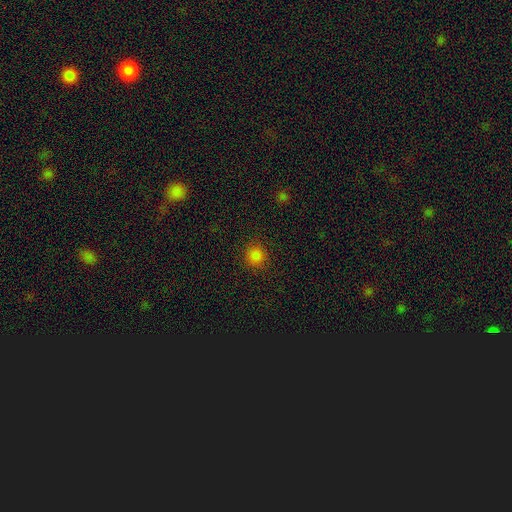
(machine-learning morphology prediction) Q: Smooth or featured?
A: smooth (83%); runner-up: star or artifact (14%)
Q: How rounded?
A: round (92%); runner-up: in between (7%)
Q: Merging?
A: none (90%); runner-up: minor disturbance (7%)